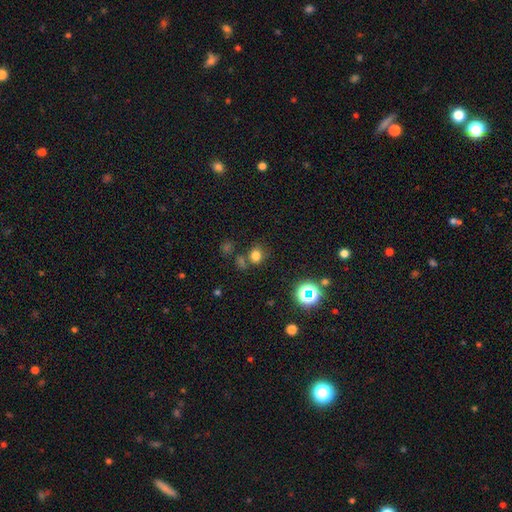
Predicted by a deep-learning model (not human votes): Morphology: type=smooth (71%); roundness=round (74%); merging=none (71%).